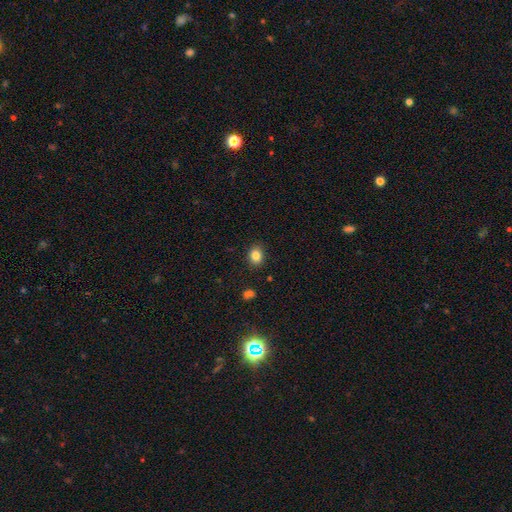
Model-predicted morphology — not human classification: The model was most divided on "how rounded": round: 53%, in between: 46%, cigar-shaped: 1%. More confident: merging — none (88%); smooth or featured — smooth (84%).